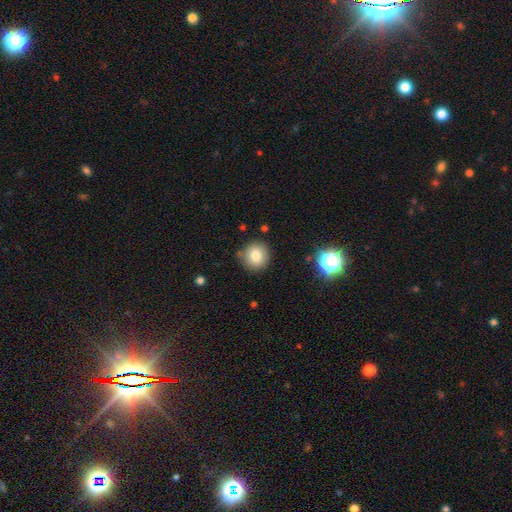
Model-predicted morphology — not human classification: Overall: smooth (80%). How rounded: round (89%). Merging: none (85%).